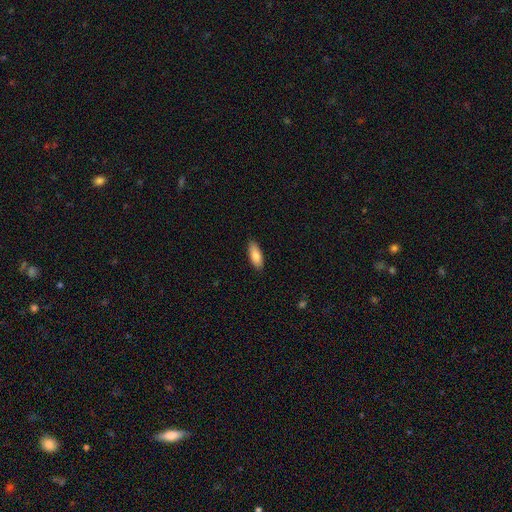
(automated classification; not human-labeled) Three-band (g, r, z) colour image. It shows a smooth galaxy with no disk features (85%) that is in between round and cigar-shaped (76%). Merging: none (87%).